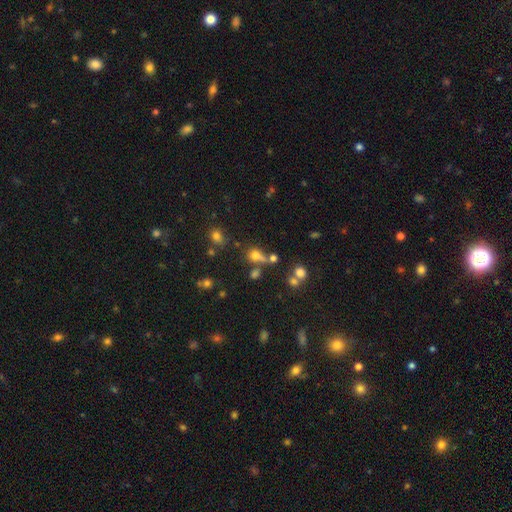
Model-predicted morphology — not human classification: Q: Smooth or featured?
A: smooth (67%); runner-up: star or artifact (21%)
Q: How rounded?
A: round (72%); runner-up: in between (26%)
Q: Merging?
A: none (48%); runner-up: merger (30%)